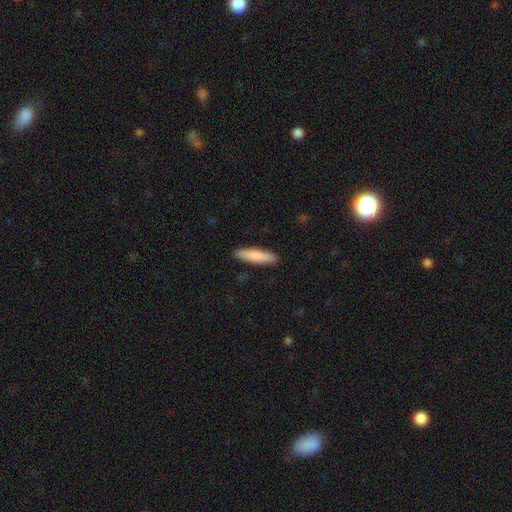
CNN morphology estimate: smooth 84%, featured or disk 10%, star or artifact 5%. Down the decision tree: how rounded — cigar-shaped (78%); merging — none (91%).